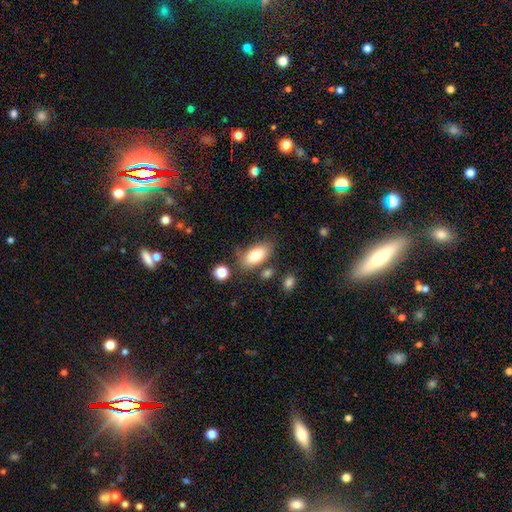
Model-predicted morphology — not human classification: This appears to be a smooth galaxy with no disk features (80%) that is in between round and cigar-shaped (90%). Merging: none (70%).